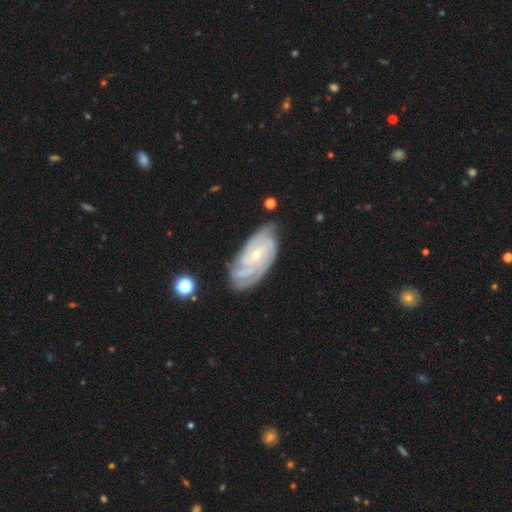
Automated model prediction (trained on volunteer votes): A featured or disk galaxy (86%) with no bar (65%), 3 (29%) tight (70%) spiral arms (97%) and a small central bulge (67%).

Vote fractions:
- Smooth or featured? featured or disk: 86% / smooth: 8% / star or artifact: 6%
- Edge-on disk? no: 95% / yes: 5%
- Bar? no: 65% / weak: 28% / strong: 7%
- Spiral arms? yes: 97% / no: 3%
- Spiral winding? tight: 70% / medium: 25% / loose: 5%
- Spiral arm count? 3: 29% / 4: 25% / can't tell: 22% / 2: 12% / more than 4: 7% / 1: 5%
- Bulge size? small: 67% / moderate: 29% / none: 1% / large: 1% / dominant: 1%
- Merging? none: 71% / minor disturbance: 21% / major disturbance: 6% / merger: 3%